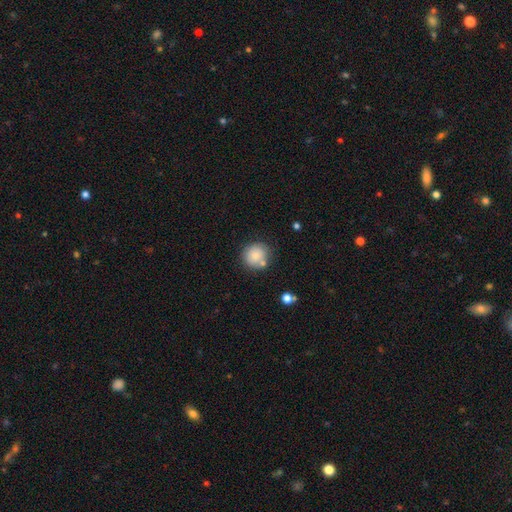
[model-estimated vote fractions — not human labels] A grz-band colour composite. It shows a smooth galaxy with no disk features (82%) that is round (89%). Merging: none (73%).